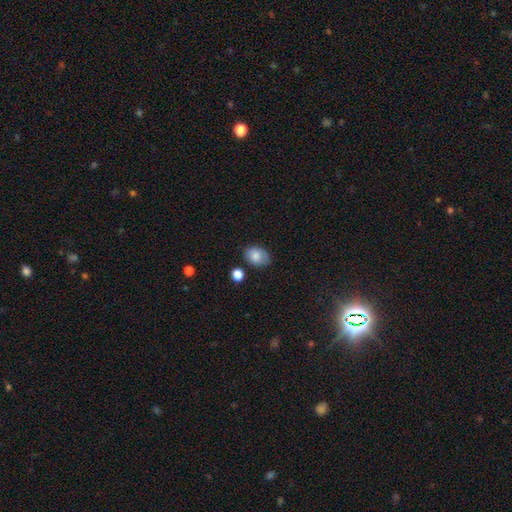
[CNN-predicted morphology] A smooth galaxy with no disk features (80%) that is in between round and cigar-shaped (78%). Merging: none (71%).